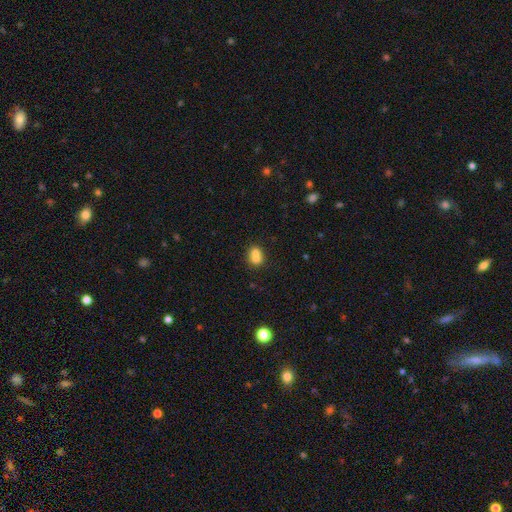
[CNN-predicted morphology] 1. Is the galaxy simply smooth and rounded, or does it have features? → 71% smooth, 18% featured or disk, 11% star or artifact.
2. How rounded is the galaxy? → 57% round, 42% in between, 1% cigar-shaped.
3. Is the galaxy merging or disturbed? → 57% merger, 32% none, 8% minor disturbance, 3% major disturbance.